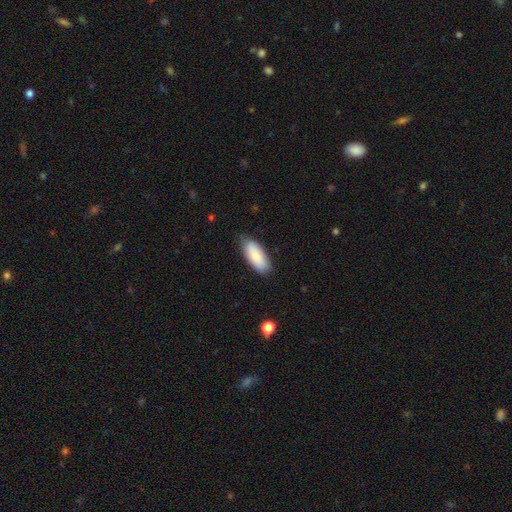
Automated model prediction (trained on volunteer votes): This appears to be a smooth galaxy with no disk features (78%) that is in between round and cigar-shaped (85%). Merging: none (78%).